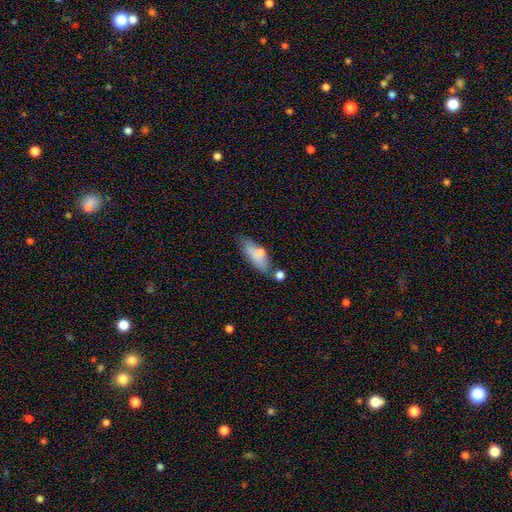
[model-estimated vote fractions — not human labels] A smooth galaxy with no disk features (72%) that is in between round and cigar-shaped (68%).

Vote fractions:
- Smooth or featured? smooth: 72% / featured or disk: 20% / star or artifact: 8%
- How rounded? in between: 68% / cigar-shaped: 28% / round: 3%
- Merging? none: 60% / minor disturbance: 22% / merger: 12% / major disturbance: 6%